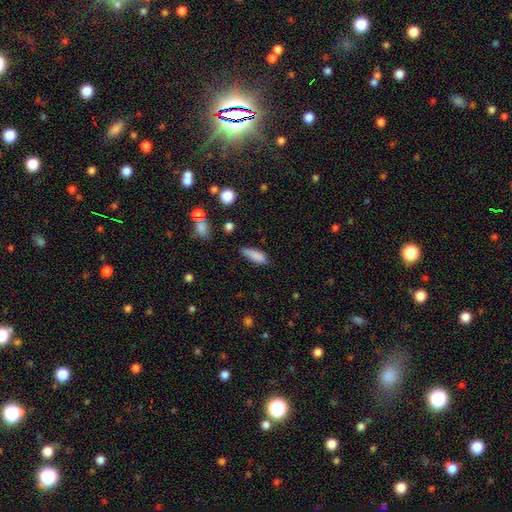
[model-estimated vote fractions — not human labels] A smooth galaxy with no disk features (83%) that is in between round and cigar-shaped (58%).

Vote fractions:
- Smooth or featured? smooth: 83% / star or artifact: 9% / featured or disk: 8%
- How rounded? in between: 58% / cigar-shaped: 40% / round: 2%
- Merging? none: 62% / minor disturbance: 28% / major disturbance: 6% / merger: 3%